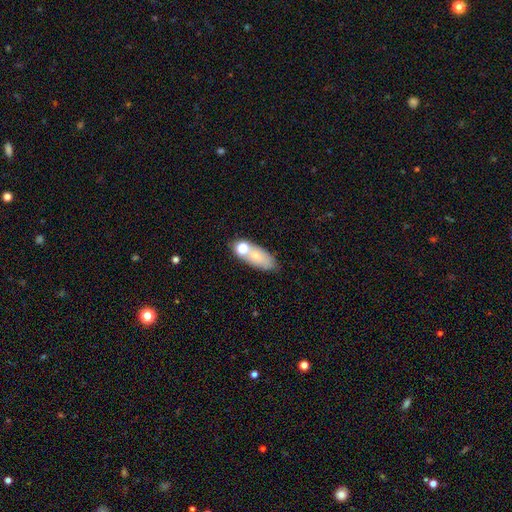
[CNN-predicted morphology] This is likely a smooth galaxy (68%). How rounded: likely in between (76%). Merging: possibly none (54%).